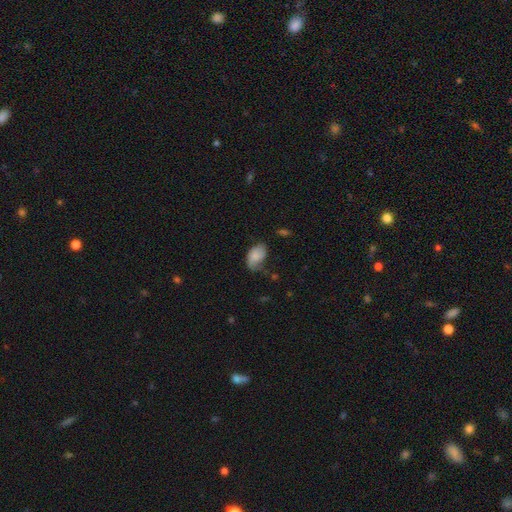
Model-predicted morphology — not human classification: This is likely a smooth galaxy (72%). How rounded: clearly in between (88%). Merging: marginally none (39%).